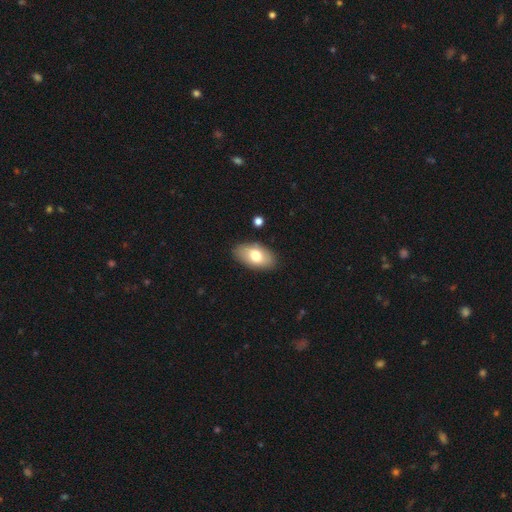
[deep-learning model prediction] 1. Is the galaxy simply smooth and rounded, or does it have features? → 75% smooth, 19% featured or disk, 7% star or artifact.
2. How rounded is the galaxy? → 93% in between, 4% round, 2% cigar-shaped.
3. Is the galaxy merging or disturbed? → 84% none, 11% minor disturbance, 3% major disturbance, 2% merger.